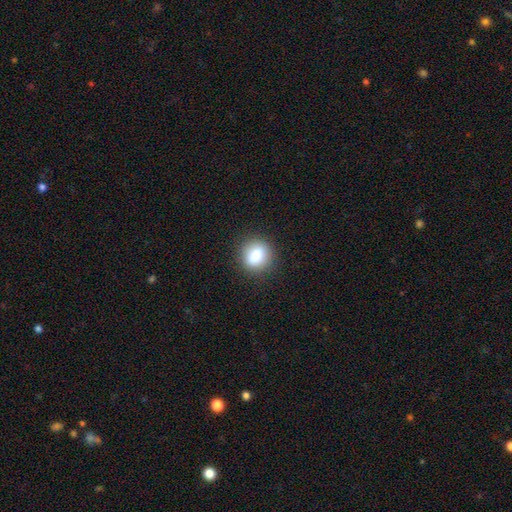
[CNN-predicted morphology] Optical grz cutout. It shows a smooth galaxy with no disk features (80%) that is round (68%). Merging: none (86%).